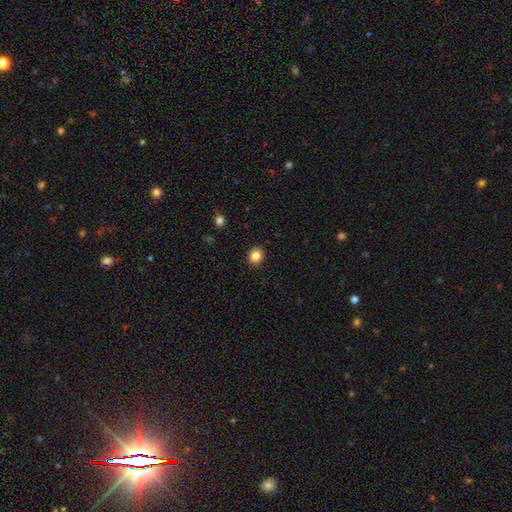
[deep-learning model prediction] Smooth or featured? smooth (84%)
How rounded? round (79%)
Merging? none (92%)